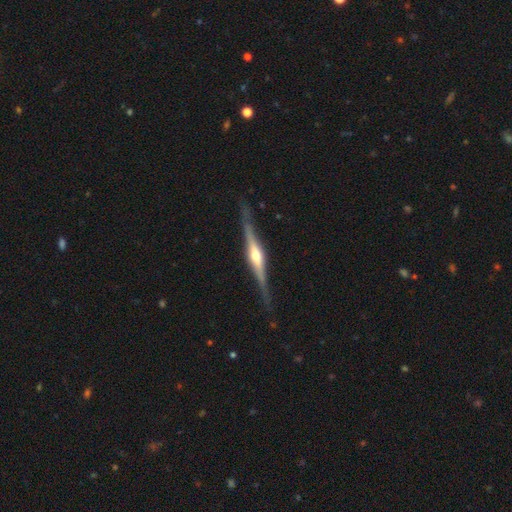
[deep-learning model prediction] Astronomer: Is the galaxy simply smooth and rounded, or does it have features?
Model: featured or disk — 81%.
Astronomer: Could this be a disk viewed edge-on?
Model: yes — 98%.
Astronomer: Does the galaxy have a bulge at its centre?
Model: rounded — 87%.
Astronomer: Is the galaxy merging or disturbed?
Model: none — 85%.